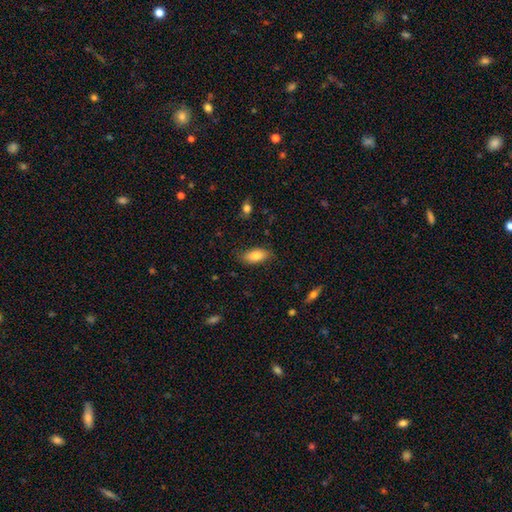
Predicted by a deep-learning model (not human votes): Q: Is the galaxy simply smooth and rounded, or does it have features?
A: smooth — 82%.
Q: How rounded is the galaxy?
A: in between — 88%.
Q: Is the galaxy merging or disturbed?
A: none — 80%.